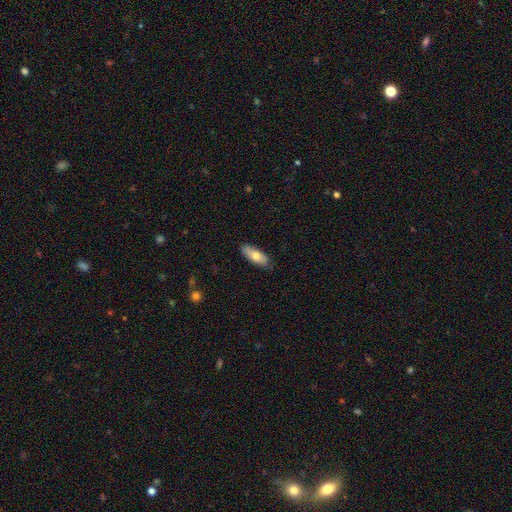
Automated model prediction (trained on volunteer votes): Q: Smooth or featured?
A: smooth (72%); runner-up: featured or disk (22%)
Q: How rounded?
A: in between (74%); runner-up: cigar-shaped (24%)
Q: Merging?
A: none (84%); runner-up: minor disturbance (12%)